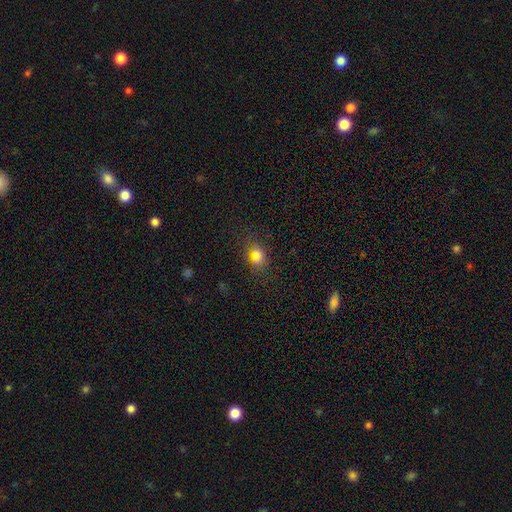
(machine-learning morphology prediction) The model was most divided on "how rounded": in between: 75%, round: 22%, cigar-shaped: 3%. More confident: merging — none (78%); smooth or featured — smooth (75%).